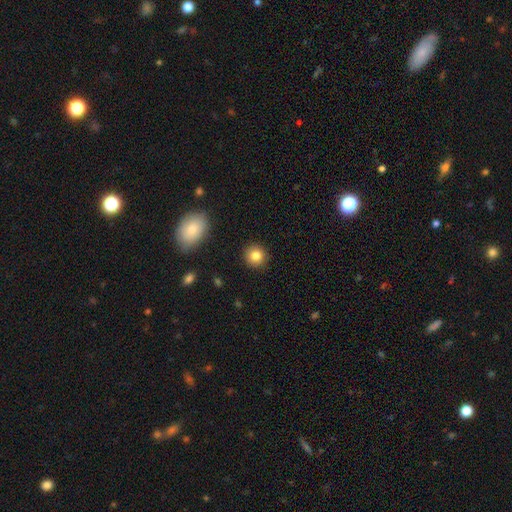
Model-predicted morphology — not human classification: Overall: smooth (83%). How rounded: round (92%). Merging: none (91%).